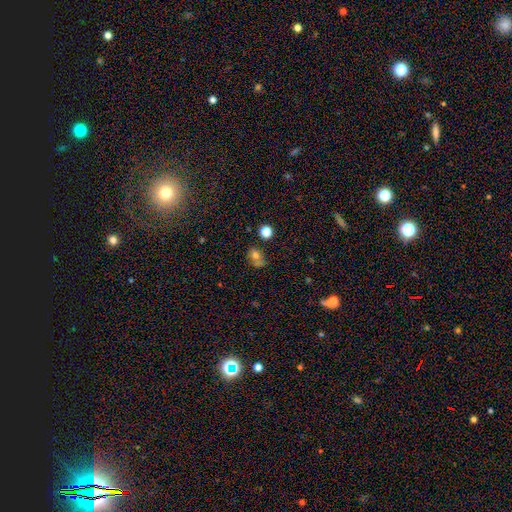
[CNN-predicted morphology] Smooth or featured? Predicted: smooth (p=0.70). How rounded? Predicted: in between (p=0.52). Merging? Predicted: none (p=0.45).